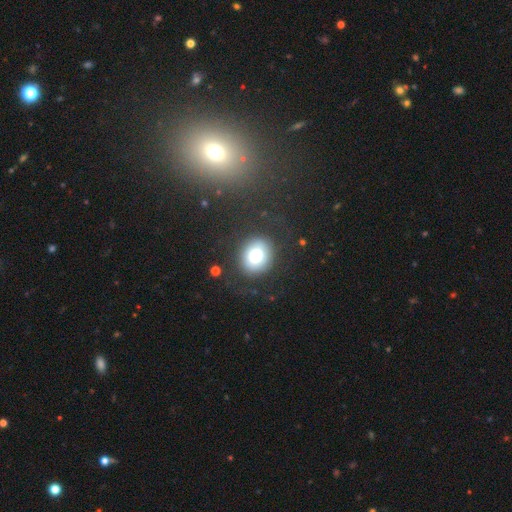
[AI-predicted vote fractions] This is likely a smooth galaxy (73%). How rounded: likely round (68%). Merging: clearly none (82%).